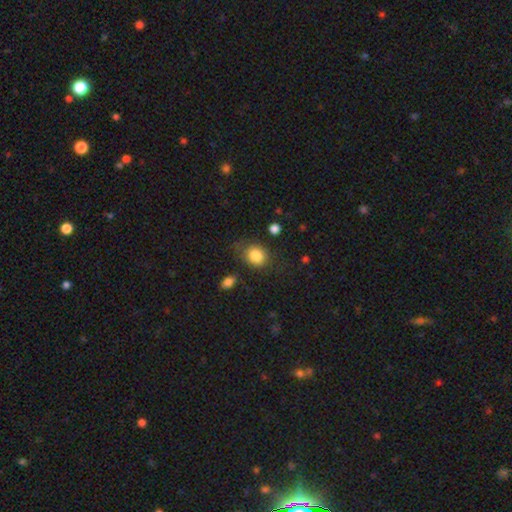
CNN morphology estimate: This is clearly a smooth galaxy (84%). How rounded: possibly round (59%). Merging: likely none (67%).